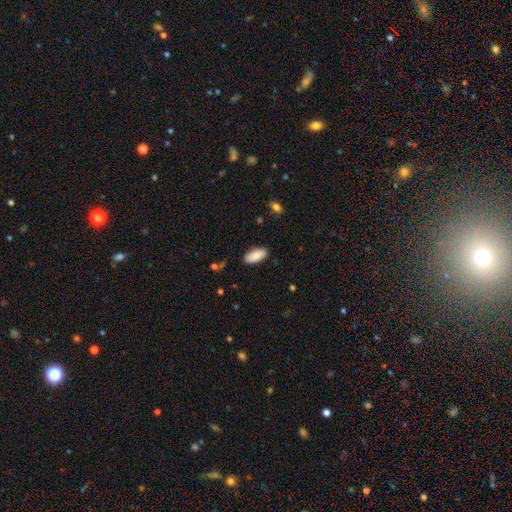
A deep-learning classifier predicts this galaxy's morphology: Q: Smooth or featured?
A: smooth (87%); runner-up: featured or disk (7%)
Q: How rounded?
A: in between (90%); runner-up: cigar-shaped (9%)
Q: Merging?
A: none (87%); runner-up: minor disturbance (10%)